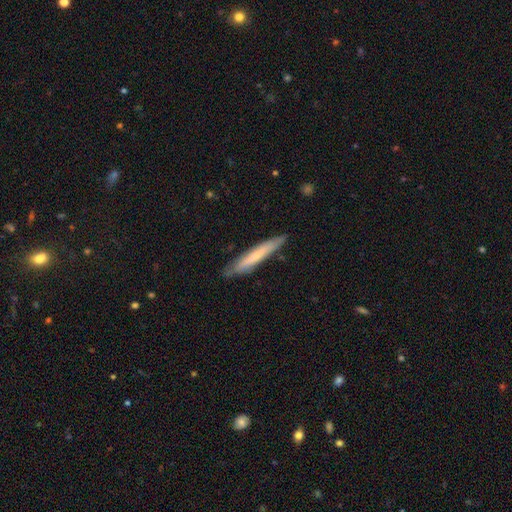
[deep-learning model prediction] Q: Smooth or featured?
A: smooth (61%); runner-up: featured or disk (34%)
Q: How rounded?
A: cigar-shaped (94%); runner-up: in between (5%)
Q: Merging?
A: none (84%); runner-up: minor disturbance (13%)